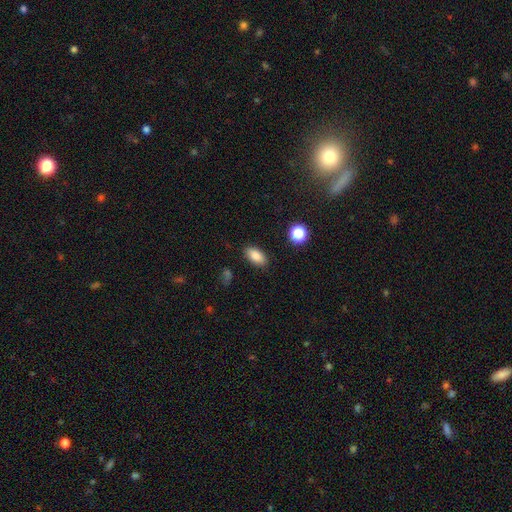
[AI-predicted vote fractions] Q: Smooth or featured?
A: smooth (86%); runner-up: star or artifact (9%)
Q: How rounded?
A: in between (90%); runner-up: cigar-shaped (5%)
Q: Merging?
A: none (87%); runner-up: minor disturbance (9%)